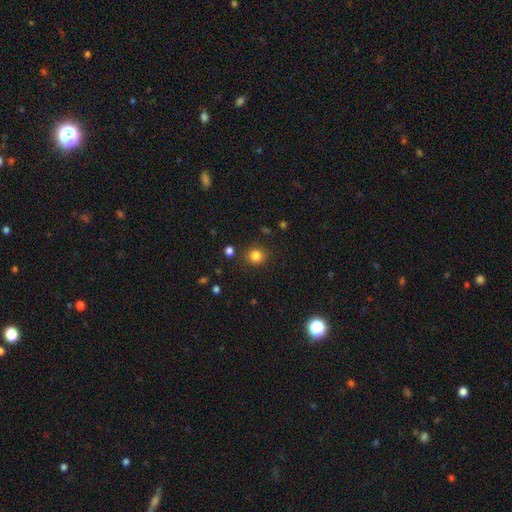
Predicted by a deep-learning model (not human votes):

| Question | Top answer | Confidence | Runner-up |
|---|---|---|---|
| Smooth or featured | smooth | 83% | star or artifact (12%) |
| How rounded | round | 89% | in between (10%) |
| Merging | none | 88% | minor disturbance (7%) |